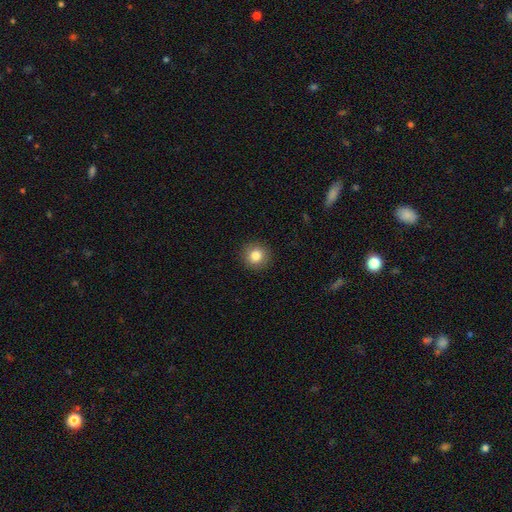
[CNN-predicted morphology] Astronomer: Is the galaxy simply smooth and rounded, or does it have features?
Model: smooth — 84%.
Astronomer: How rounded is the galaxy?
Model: round — 93%.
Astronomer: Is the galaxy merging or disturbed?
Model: none — 91%.